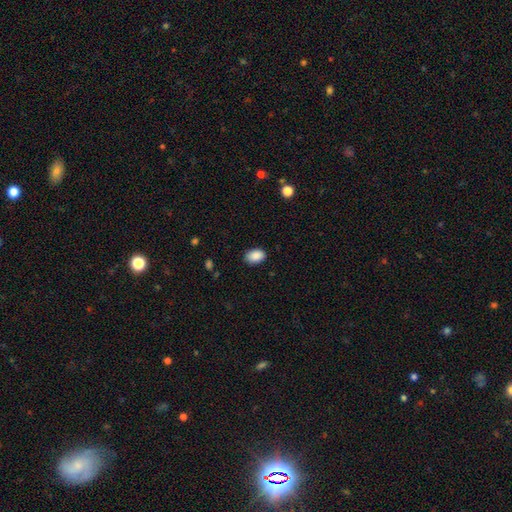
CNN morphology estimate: The model was most divided on "how rounded": in between: 86%, round: 13%, cigar-shaped: 1%. More confident: smooth or featured — smooth (89%); merging — none (87%).